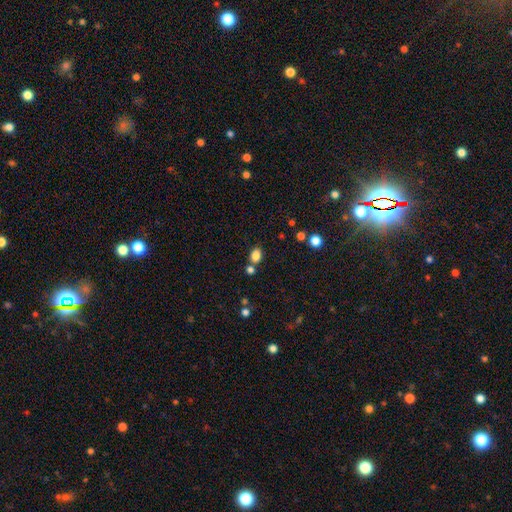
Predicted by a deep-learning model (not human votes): A smooth galaxy with no disk features (83%) that is in between round and cigar-shaped (63%).

Vote fractions:
- Smooth or featured? smooth: 83% / star or artifact: 12% / featured or disk: 5%
- How rounded? in between: 63% / round: 35% / cigar-shaped: 1%
- Merging? none: 69% / merger: 16% / minor disturbance: 11% / major disturbance: 3%